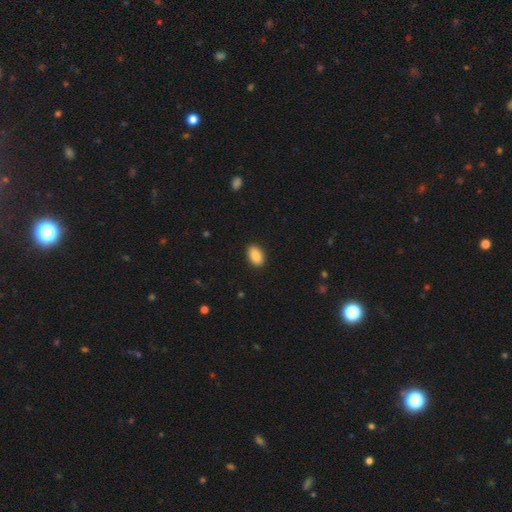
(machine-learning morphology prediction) Smooth or featured? Predicted: smooth (p=0.89). How rounded? Predicted: in between (p=0.91). Merging? Predicted: none (p=0.88).